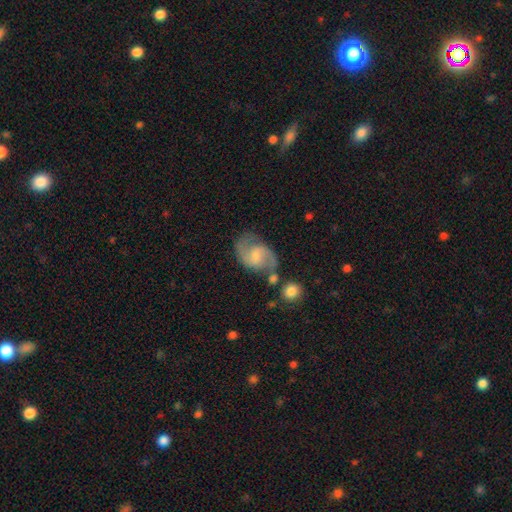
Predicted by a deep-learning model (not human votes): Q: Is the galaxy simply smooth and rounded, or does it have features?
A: featured or disk — 75%.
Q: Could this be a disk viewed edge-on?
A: no — 97%.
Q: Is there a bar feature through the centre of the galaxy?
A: weak — 55%.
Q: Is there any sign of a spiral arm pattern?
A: yes — 93%.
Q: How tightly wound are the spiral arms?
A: medium — 52%.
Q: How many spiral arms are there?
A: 2 — 90%.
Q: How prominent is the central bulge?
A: moderate — 34%, tied with small.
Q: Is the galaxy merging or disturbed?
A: none — 65%.